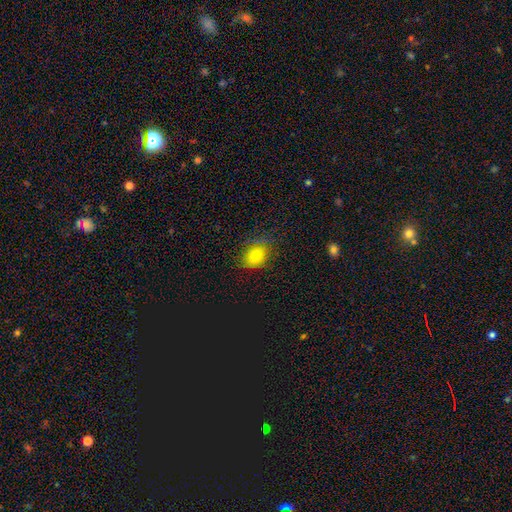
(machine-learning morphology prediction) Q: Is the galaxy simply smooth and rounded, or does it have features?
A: smooth — 80%.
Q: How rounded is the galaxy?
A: in between — 65%.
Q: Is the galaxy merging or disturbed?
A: none — 70%.